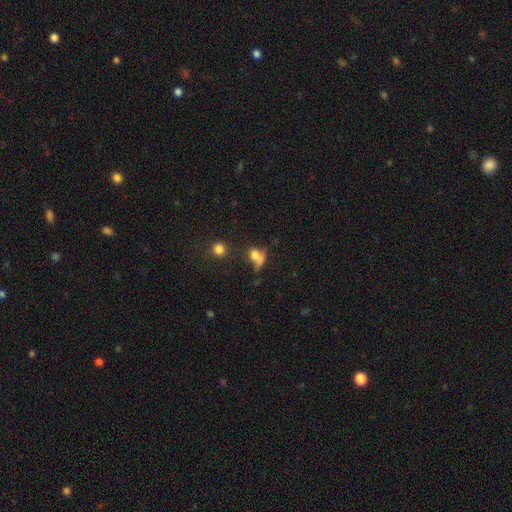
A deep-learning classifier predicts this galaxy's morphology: smooth-or-featured: smooth: 65% | featured or disk: 19% | star or artifact: 15%
  how-rounded: round: 50% | in between: 45% | cigar-shaped: 6%
  merging: merger: 35% | none: 32% | major disturbance: 19% | minor disturbance: 15%